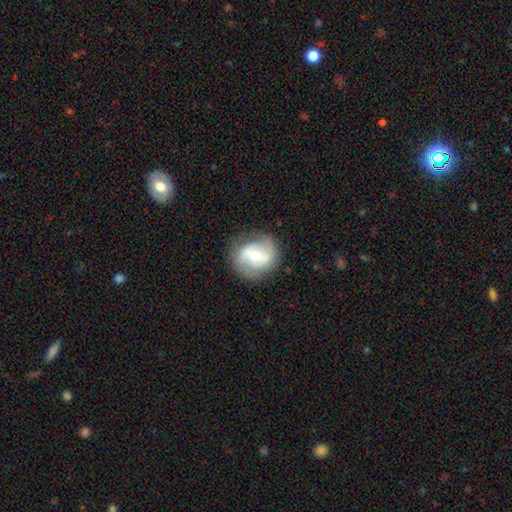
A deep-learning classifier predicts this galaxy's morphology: A featured or disk galaxy (69%) with a weak bar (42%), 2 (80%) medium (44%) spiral arms (84%) and a moderate central bulge (54%). Merging: none (76%).